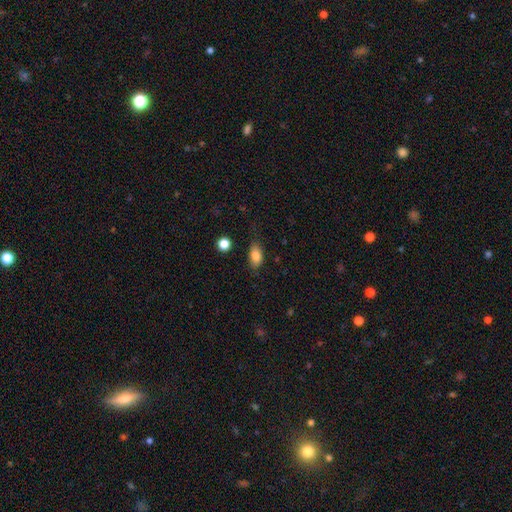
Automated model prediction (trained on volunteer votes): smooth 84%, star or artifact 9%, featured or disk 7%. Down the decision tree: how rounded — in between (87%); merging — none (72%).